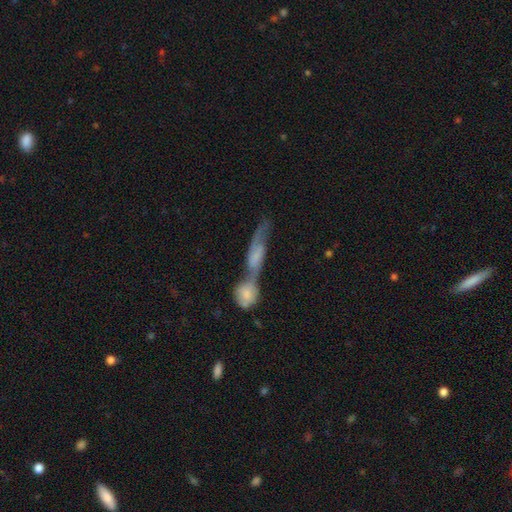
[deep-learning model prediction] A featured or disk galaxy (55%). Merging: merger (71%).